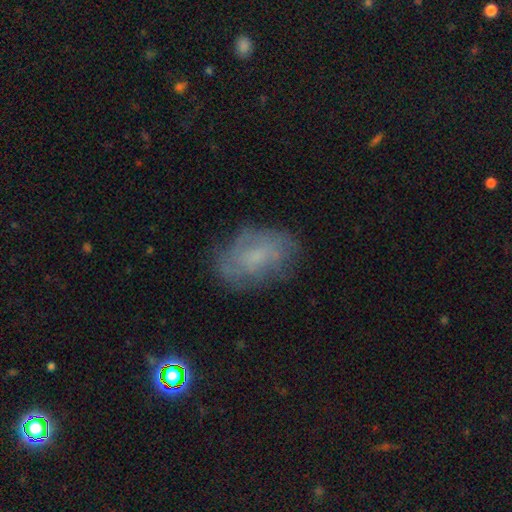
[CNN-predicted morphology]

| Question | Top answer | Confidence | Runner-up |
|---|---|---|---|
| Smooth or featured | smooth | 45% | featured or disk (42%) |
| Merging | none | 71% | minor disturbance (19%) |